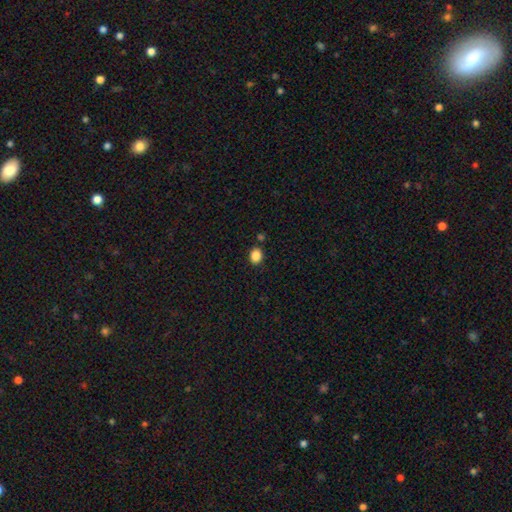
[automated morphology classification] The model was most divided on "how rounded": round: 56%, in between: 43%, cigar-shaped: 1%. More confident: smooth or featured — smooth (86%); merging — none (84%).